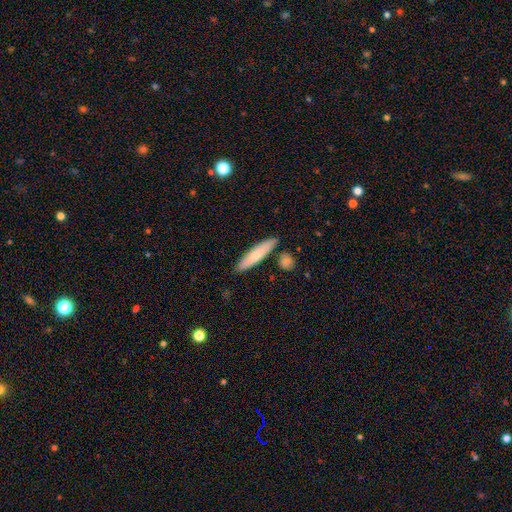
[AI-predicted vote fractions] Smooth or featured?
  - smooth: 68% *
  - featured or disk: 26%
  - star or artifact: 6%
How rounded?
  - cigar-shaped: 81% *
  - in between: 17%
  - round: 2%
Merging?
  - none: 84% *
  - minor disturbance: 10%
  - merger: 4%
  - major disturbance: 2%